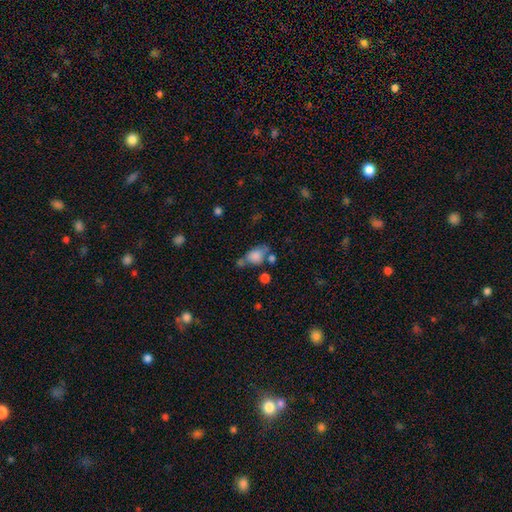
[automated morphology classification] type=smooth (77%); roundness=in between (73%); merging=none (39%).